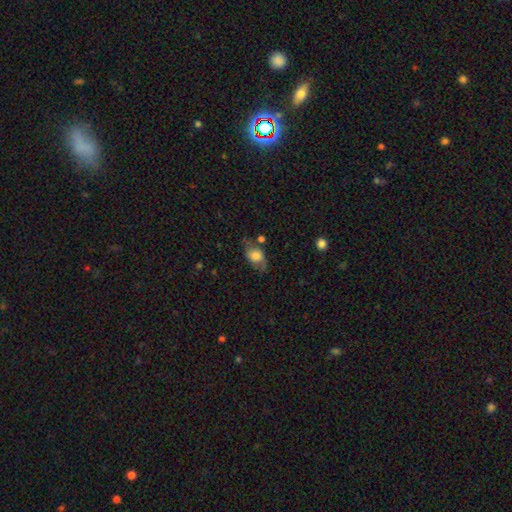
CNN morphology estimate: This is likely a smooth galaxy (64%). How rounded: likely in between (74%). Merging: possibly none (56%).